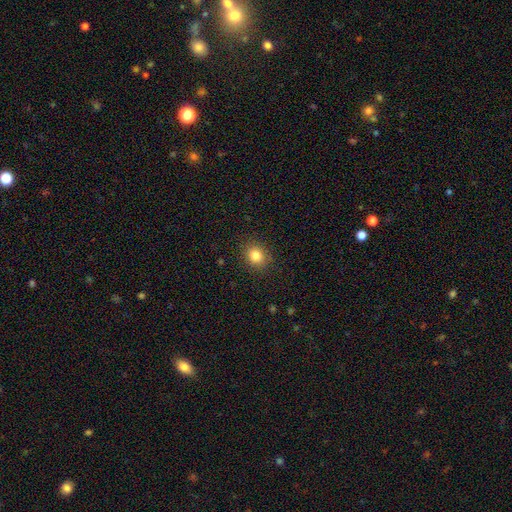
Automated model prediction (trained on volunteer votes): A smooth galaxy with no disk features (83%) that is round (70%). Merging: none (88%).